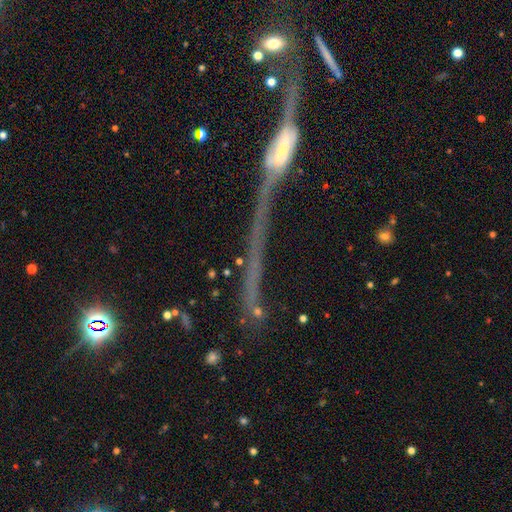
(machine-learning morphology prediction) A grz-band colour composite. It shows a featured or disk galaxy (55%) viewed edge-on (70%). Merging: none (41%).